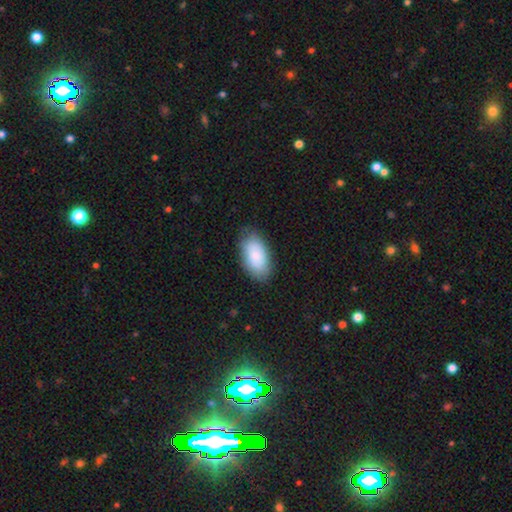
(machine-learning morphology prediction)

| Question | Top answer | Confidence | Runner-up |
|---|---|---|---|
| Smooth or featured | smooth | 79% | featured or disk (14%) |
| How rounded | in between | 94% | round (4%) |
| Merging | none | 78% | minor disturbance (17%) |